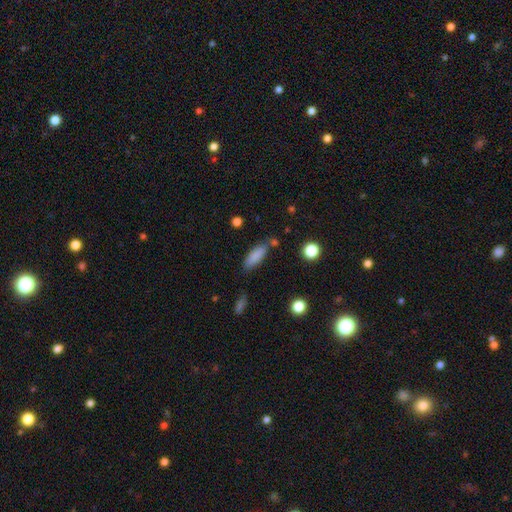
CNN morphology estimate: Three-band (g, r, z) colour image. It shows a smooth galaxy with no disk features (86%) that is in between round and cigar-shaped (63%). Merging: none (73%).